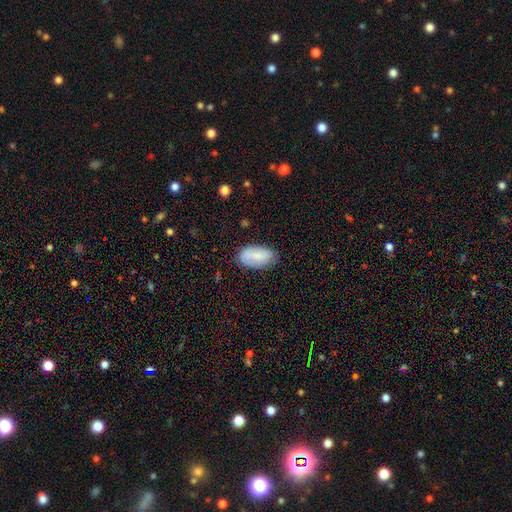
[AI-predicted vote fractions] A smooth galaxy with no disk features (78%) that is in between round and cigar-shaped (95%). Merging: none (74%).